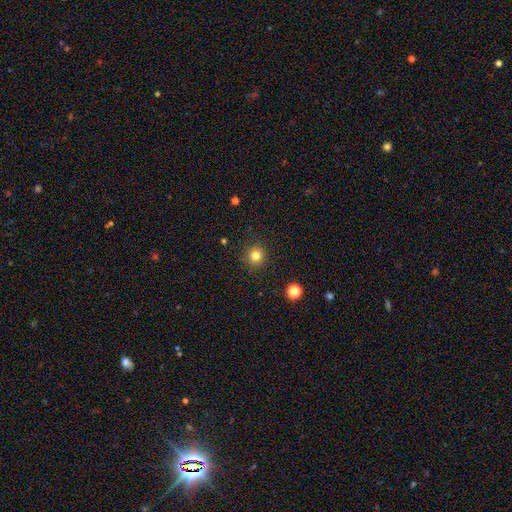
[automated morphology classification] This appears to be a smooth galaxy with no disk features (80%) that is round (93%). Merging: none (91%).